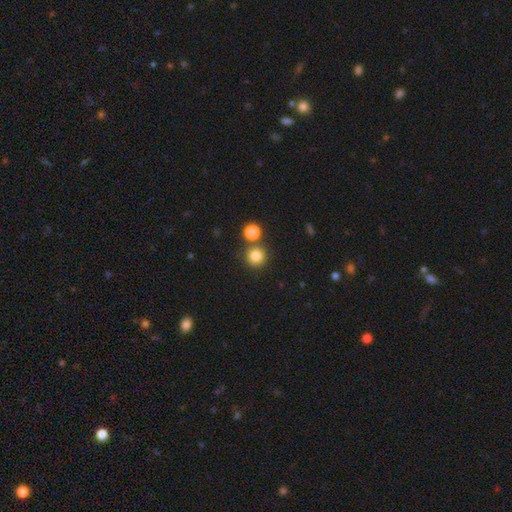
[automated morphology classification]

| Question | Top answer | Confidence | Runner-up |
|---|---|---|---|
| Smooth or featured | smooth | 82% | star or artifact (13%) |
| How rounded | round | 93% | in between (6%) |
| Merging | none | 76% | merger (15%) |